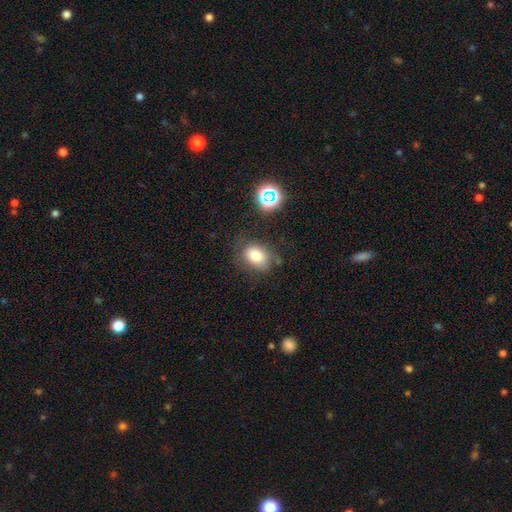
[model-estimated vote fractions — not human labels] smooth 78%, star or artifact 12%, featured or disk 10%. Down the decision tree: how rounded — in between (69%); merging — none (68%).